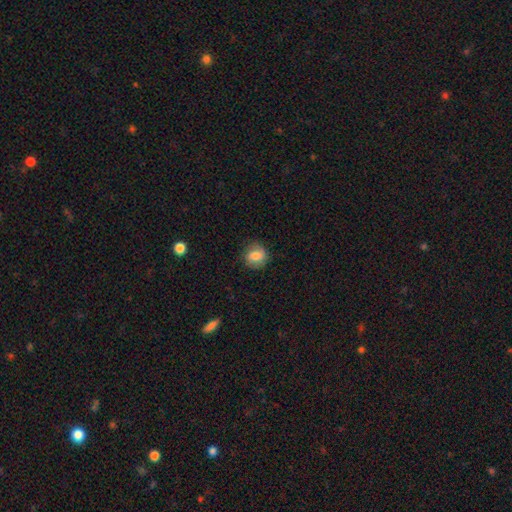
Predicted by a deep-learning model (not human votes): smooth_or_featured: smooth (p=0.77) [alt: featured or disk p=0.14]
how_rounded: round (p=0.68) [alt: in between p=0.31]
merging: none (p=0.75) [alt: minor disturbance p=0.18]